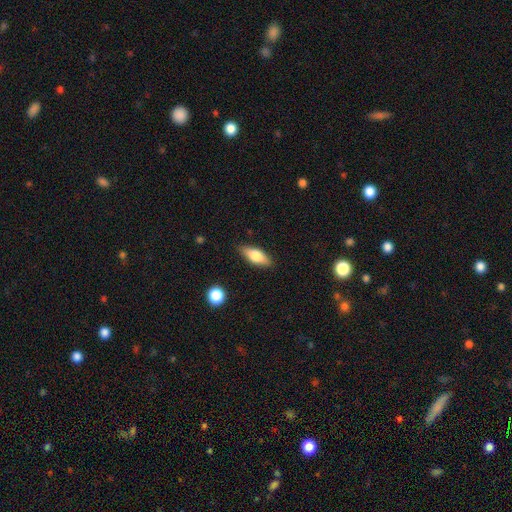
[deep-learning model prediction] The model was most divided on "smooth or featured": smooth: 72%, featured or disk: 21%, star or artifact: 7%. More confident: merging — none (85%); how rounded — in between (74%).